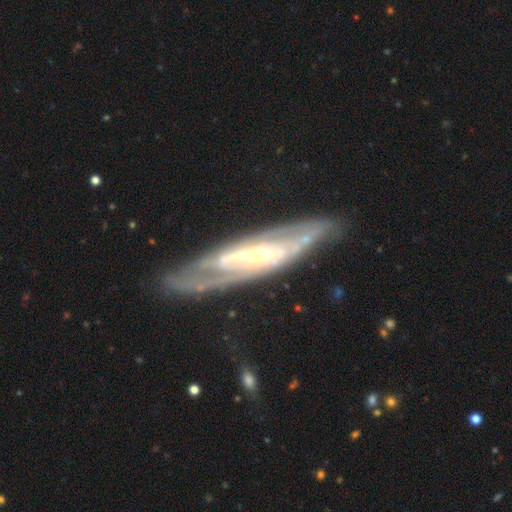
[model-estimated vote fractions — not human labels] Smooth or featured? Predicted: featured or disk (p=0.85). Edge-on disk? Predicted: no (p=0.75). Bar? Predicted: strong (p=0.44). Spiral arms? Predicted: yes (p=0.88). Spiral winding? Predicted: tight (p=0.46). Spiral arm count? Predicted: 2 (p=0.63). Bulge size? Predicted: small (p=0.70). Merging? Predicted: none (p=0.72).